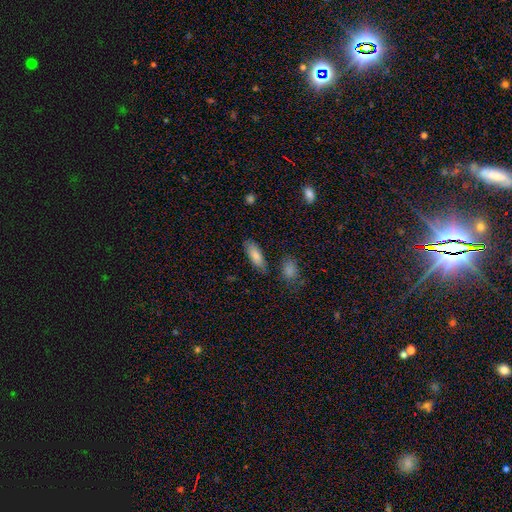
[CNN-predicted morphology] The model was most divided on "how rounded": in between: 72%, cigar-shaped: 26%, round: 2%. More confident: smooth or featured — smooth (82%); merging — none (78%).